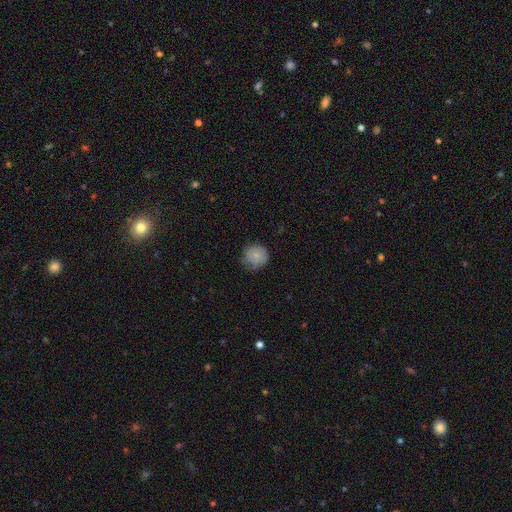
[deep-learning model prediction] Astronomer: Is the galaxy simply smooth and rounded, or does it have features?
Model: smooth — 78%.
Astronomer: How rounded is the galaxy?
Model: round — 90%.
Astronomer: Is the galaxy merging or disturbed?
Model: none — 67%.